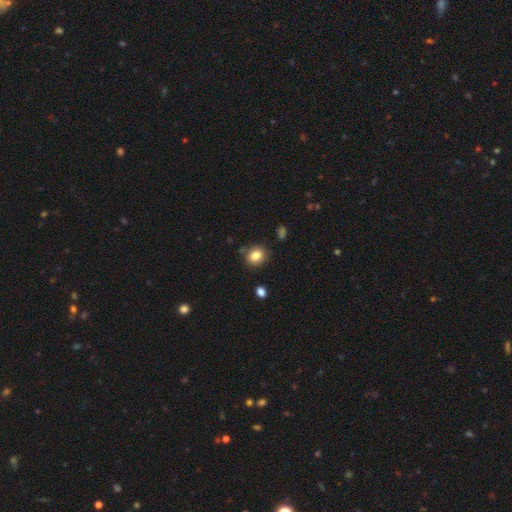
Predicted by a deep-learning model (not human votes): Overall: smooth (82%). How rounded: round (75%). Merging: none (84%).